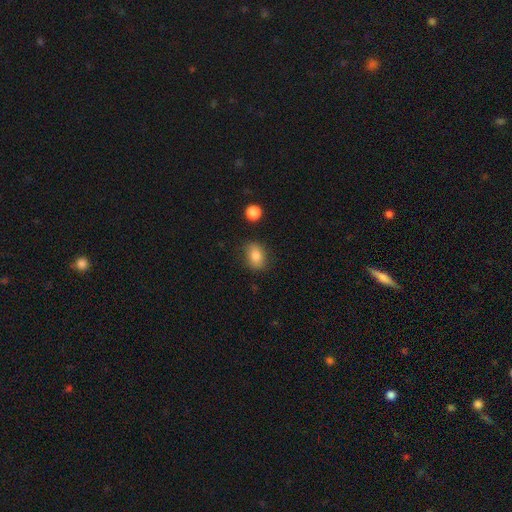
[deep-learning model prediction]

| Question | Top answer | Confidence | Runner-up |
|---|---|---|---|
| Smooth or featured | smooth | 83% | star or artifact (9%) |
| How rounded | in between | 70% | round (29%) |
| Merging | none | 82% | minor disturbance (13%) |